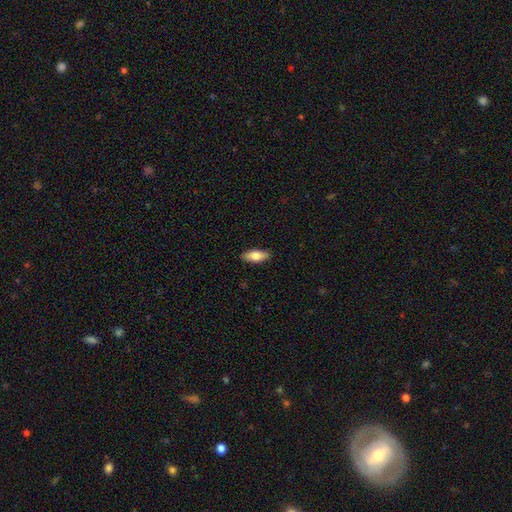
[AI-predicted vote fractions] smooth-or-featured: smooth: 77% | featured or disk: 17% | star or artifact: 6%
  how-rounded: in between: 78% | cigar-shaped: 20% | round: 2%
  merging: none: 88% | minor disturbance: 9% | major disturbance: 2% | merger: 1%